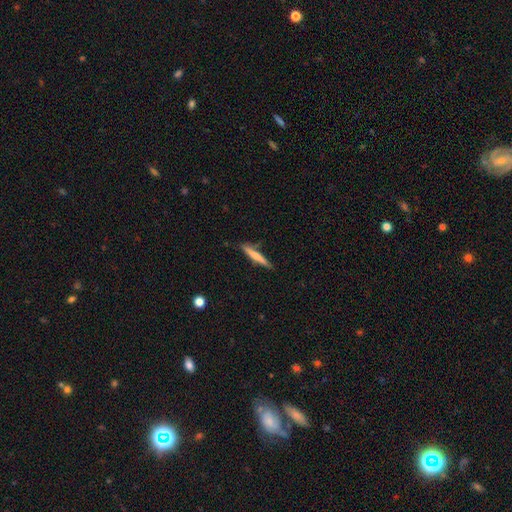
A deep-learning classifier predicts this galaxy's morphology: Smooth or featured? smooth (58%)
How rounded? cigar-shaped (94%)
Merging? none (83%)